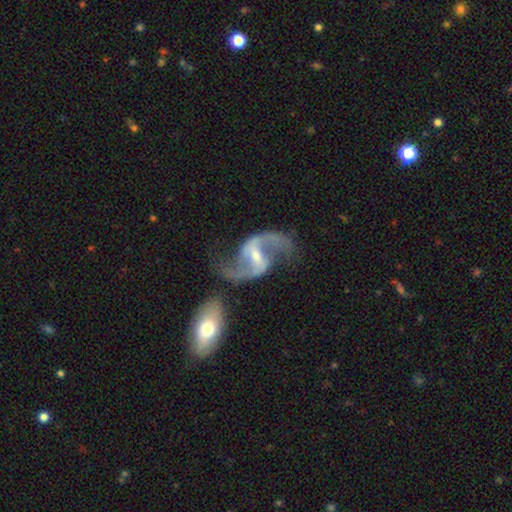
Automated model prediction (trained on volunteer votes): The model was most divided on "bar": strong: 50%, weak: 38%, no: 12%. More confident: edge-on disk — no (98%); spiral arms — yes (97%); spiral arm count — 2 (94%); smooth or featured — featured or disk (93%); spiral winding — loose (71%); merging — none (69%); bulge size — small (61%).